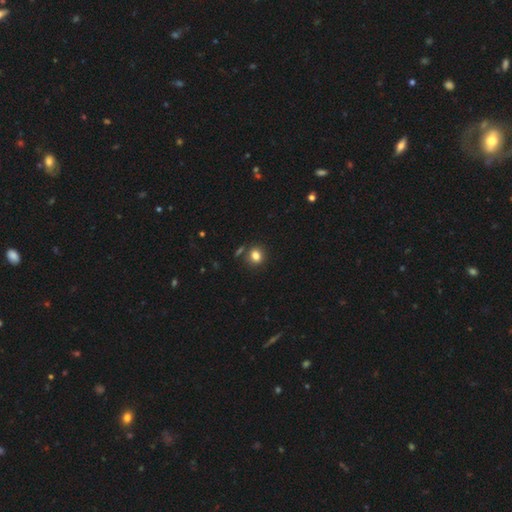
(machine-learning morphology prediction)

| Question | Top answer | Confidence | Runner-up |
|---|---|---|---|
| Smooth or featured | smooth | 81% | star or artifact (12%) |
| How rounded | round | 68% | in between (30%) |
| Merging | none | 80% | minor disturbance (11%) |